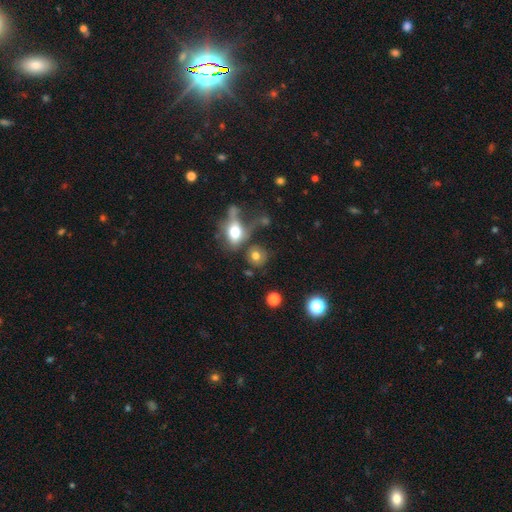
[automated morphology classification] Overall: smooth (69%). How rounded: round (77%). Merging: none (56%; merger 18%).